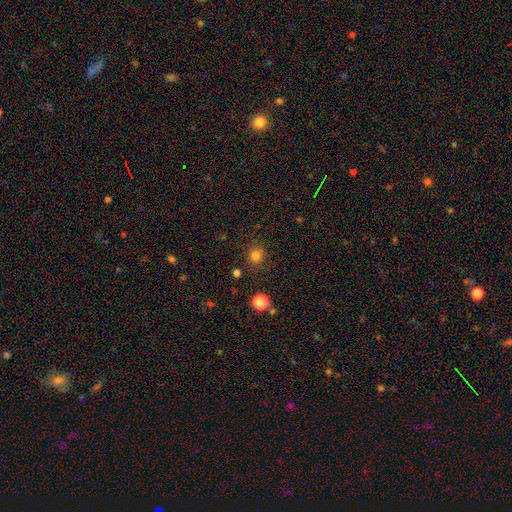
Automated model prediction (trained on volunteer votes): smooth_or_featured: smooth (p=0.79) [alt: star or artifact p=0.16]
how_rounded: round (p=0.84) [alt: in between p=0.15]
merging: none (p=0.83) [alt: minor disturbance p=0.11]